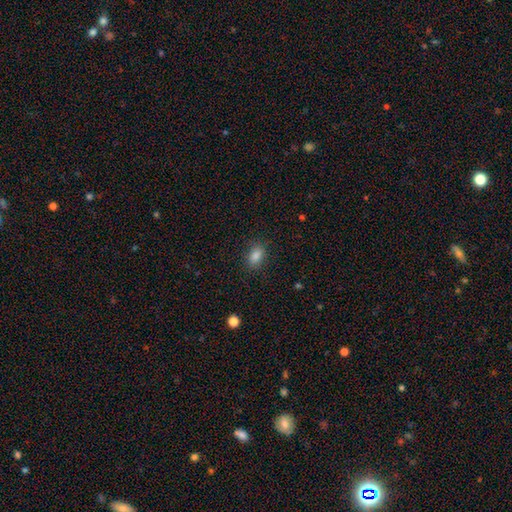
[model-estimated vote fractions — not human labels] smooth_or_featured: smooth (p=0.84) [alt: star or artifact p=0.11]
how_rounded: in between (p=0.85) [alt: round p=0.12]
merging: none (p=0.87) [alt: minor disturbance p=0.09]